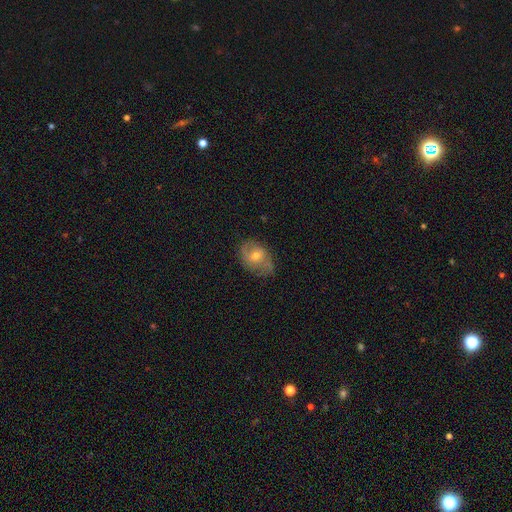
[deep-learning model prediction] smooth-or-featured: featured or disk: 46% | smooth: 45% | star or artifact: 9%
  merging: none: 63% | minor disturbance: 26% | major disturbance: 9% | merger: 2%